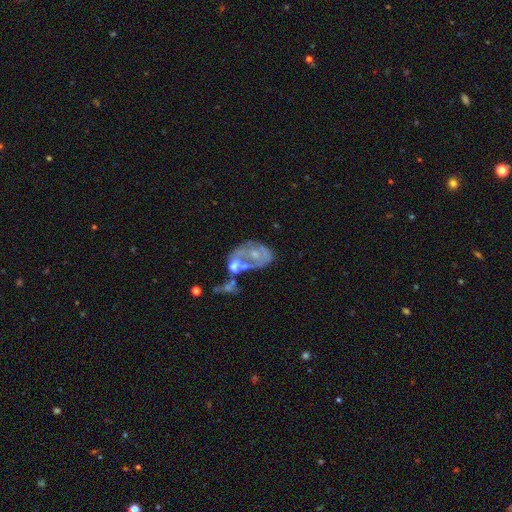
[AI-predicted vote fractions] This appears to be a featured or disk galaxy (64%) with no bar (79%), no spiral arms (64%) and a small central bulge (39%). Merging: merger (44%).